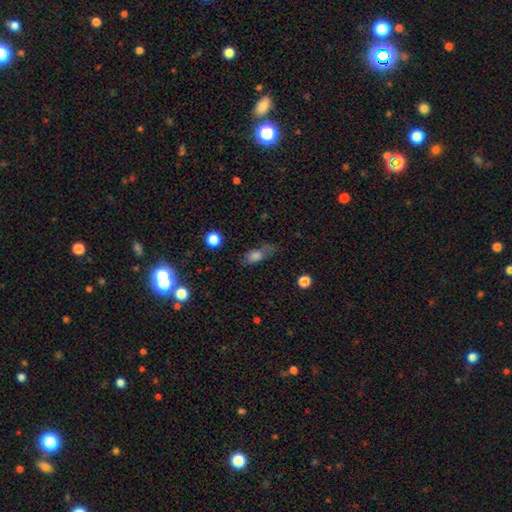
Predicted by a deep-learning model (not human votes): Smooth or featured? Predicted: smooth (p=0.70). How rounded? Predicted: in between (p=0.69). Merging? Predicted: none (p=0.51).